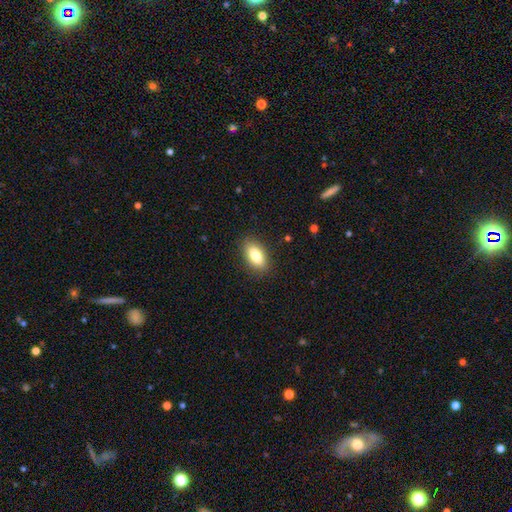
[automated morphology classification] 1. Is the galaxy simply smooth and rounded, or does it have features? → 82% smooth, 11% featured or disk, 7% star or artifact.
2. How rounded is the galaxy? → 89% in between, 7% cigar-shaped, 5% round.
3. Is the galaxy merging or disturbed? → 86% none, 10% minor disturbance, 3% major disturbance, 1% merger.